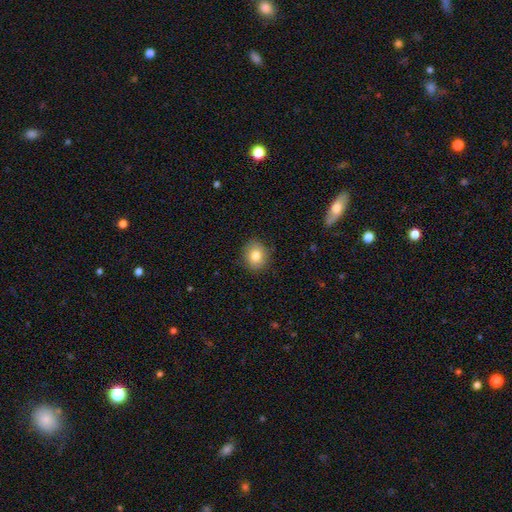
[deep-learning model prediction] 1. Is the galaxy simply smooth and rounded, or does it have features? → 82% smooth, 9% star or artifact, 9% featured or disk.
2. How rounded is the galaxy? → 67% round, 32% in between, 1% cigar-shaped.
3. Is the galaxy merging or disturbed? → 88% none, 9% minor disturbance, 2% major disturbance, 1% merger.